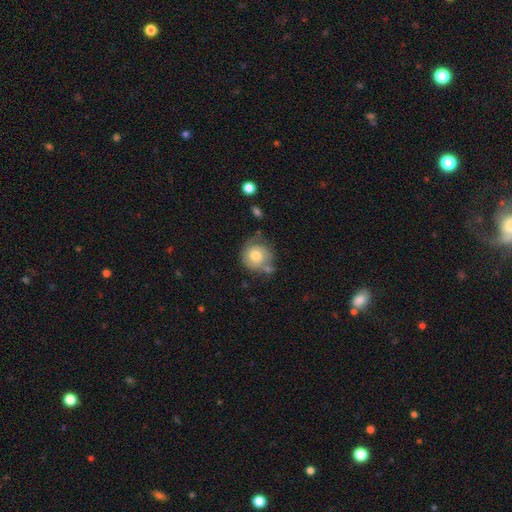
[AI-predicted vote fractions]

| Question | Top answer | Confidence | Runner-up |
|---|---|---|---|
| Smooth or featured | smooth | 54% | featured or disk (39%) |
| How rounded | round | 86% | in between (13%) |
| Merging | none | 50% | minor disturbance (26%) |